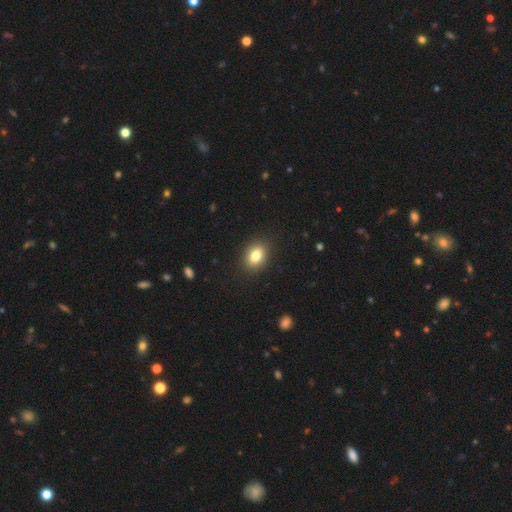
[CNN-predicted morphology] smooth-or-featured: smooth: 82% | star or artifact: 9% | featured or disk: 8%
  how-rounded: in between: 75% | round: 24% | cigar-shaped: 1%
  merging: none: 88% | minor disturbance: 8% | major disturbance: 2% | merger: 1%